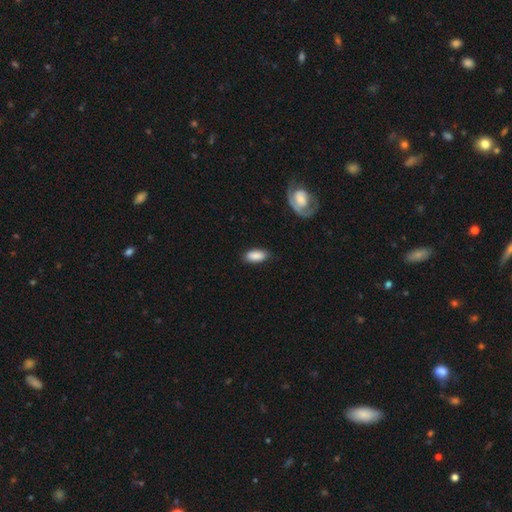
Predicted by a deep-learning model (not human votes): Morphology: type=smooth (88%); roundness=in between (90%); merging=none (82%).